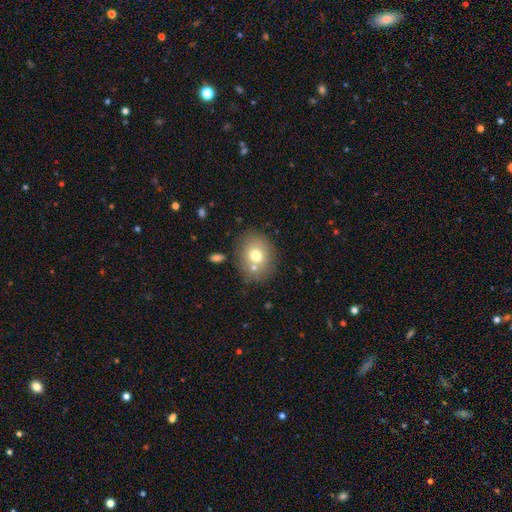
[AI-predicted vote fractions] The model was most divided on "how rounded": round: 57%, in between: 43%, cigar-shaped: 1%. More confident: smooth or featured — smooth (72%); merging — none (72%).